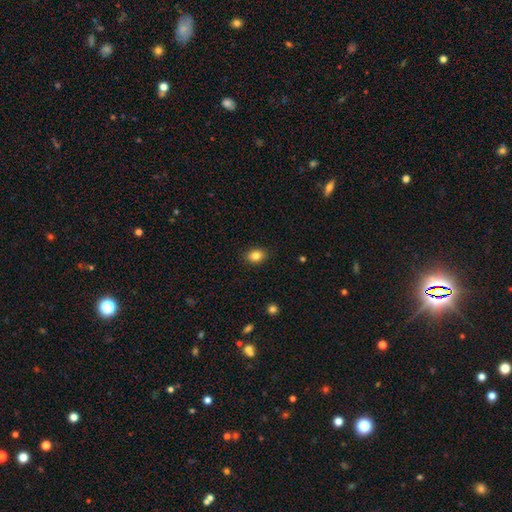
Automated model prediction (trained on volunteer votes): smooth_or_featured: smooth (p=0.84) [alt: star or artifact p=0.10]
how_rounded: in between (p=0.67) [alt: round p=0.32]
merging: none (p=0.88) [alt: minor disturbance p=0.09]